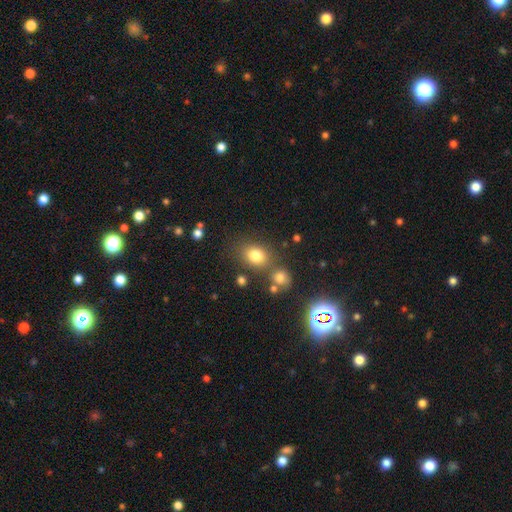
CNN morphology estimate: Smooth or featured? Predicted: smooth (p=0.78). How rounded? Predicted: round (p=0.51). Merging? Predicted: none (p=0.68).